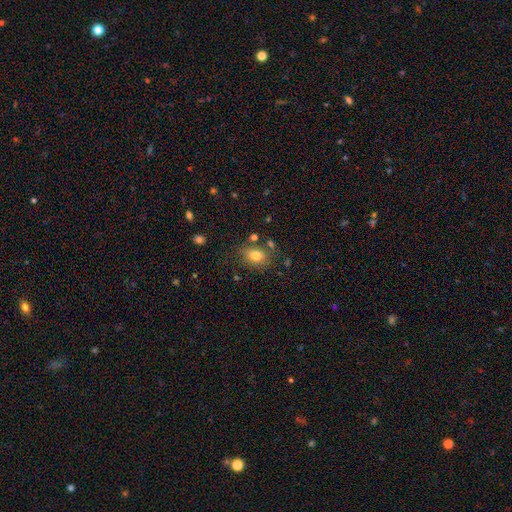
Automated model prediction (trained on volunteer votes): smooth_or_featured: smooth (p=0.79) [alt: star or artifact p=0.11]
how_rounded: in between (p=0.71) [alt: round p=0.28]
merging: none (p=0.70) [alt: minor disturbance p=0.17]